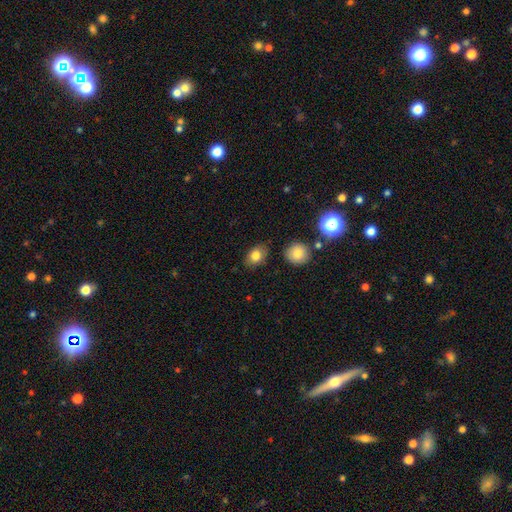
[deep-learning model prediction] A smooth galaxy with no disk features (80%) that is in between round and cigar-shaped (76%). Merging: none (82%).